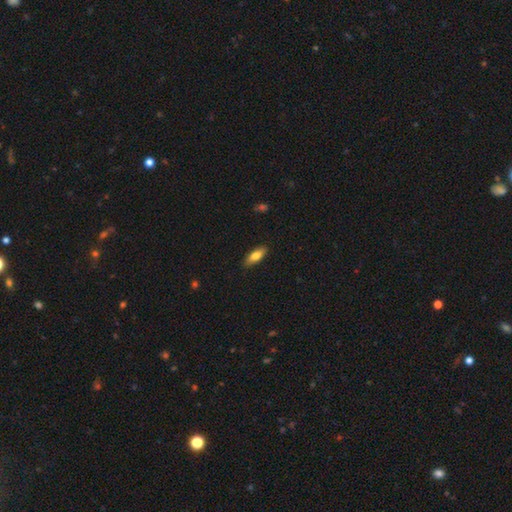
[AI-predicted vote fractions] Smooth or featured?
  - smooth: 75% *
  - featured or disk: 19%
  - star or artifact: 6%
How rounded?
  - in between: 66% *
  - cigar-shaped: 32%
  - round: 2%
Merging?
  - none: 87% *
  - minor disturbance: 10%
  - major disturbance: 2%
  - merger: 1%